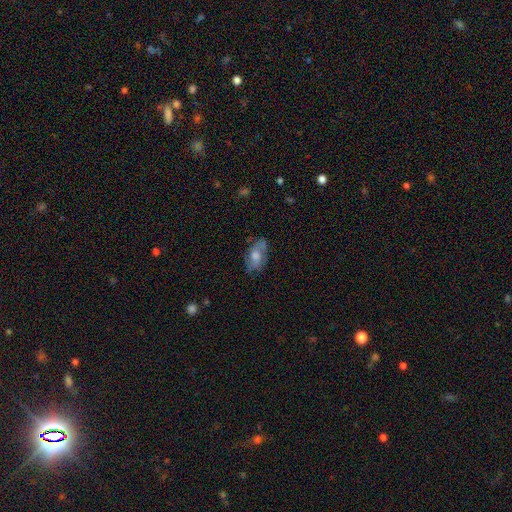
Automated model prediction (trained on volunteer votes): Smooth or featured?
  - featured or disk: 46% *
  - smooth: 43%
  - star or artifact: 11%
Merging?
  - none: 69% *
  - minor disturbance: 21%
  - major disturbance: 8%
  - merger: 2%